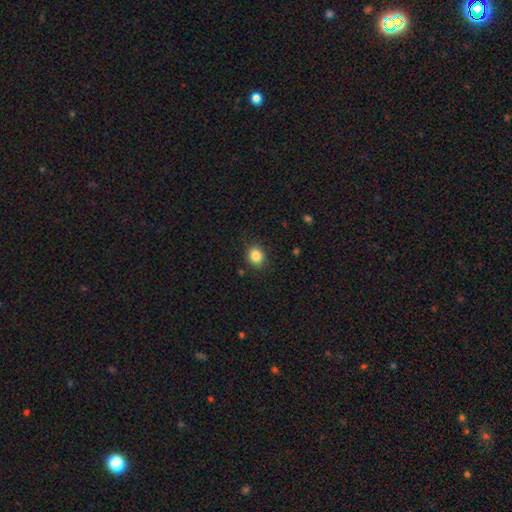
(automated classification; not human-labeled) smooth-or-featured: smooth: 85% | star or artifact: 10% | featured or disk: 5%
  how-rounded: round: 69% | in between: 30% | cigar-shaped: 1%
  merging: none: 86% | minor disturbance: 10% | major disturbance: 3% | merger: 1%